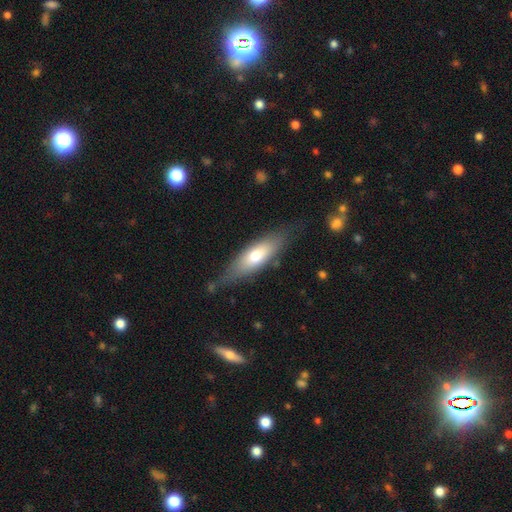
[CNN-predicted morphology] smooth-or-featured: smooth: 63% | featured or disk: 30% | star or artifact: 6%
  how-rounded: in between: 55% | cigar-shaped: 43% | round: 2%
  merging: none: 69% | minor disturbance: 21% | major disturbance: 7% | merger: 3%